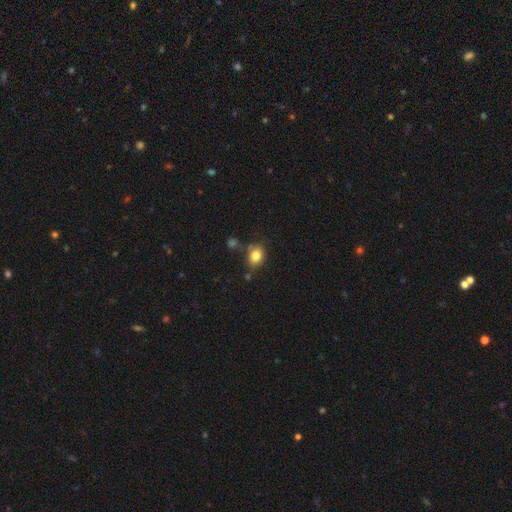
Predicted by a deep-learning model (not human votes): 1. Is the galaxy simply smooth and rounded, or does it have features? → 81% smooth, 10% star or artifact, 8% featured or disk.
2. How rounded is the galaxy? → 57% in between, 42% round, 1% cigar-shaped.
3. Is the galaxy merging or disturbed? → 68% none, 18% minor disturbance, 9% merger, 5% major disturbance.